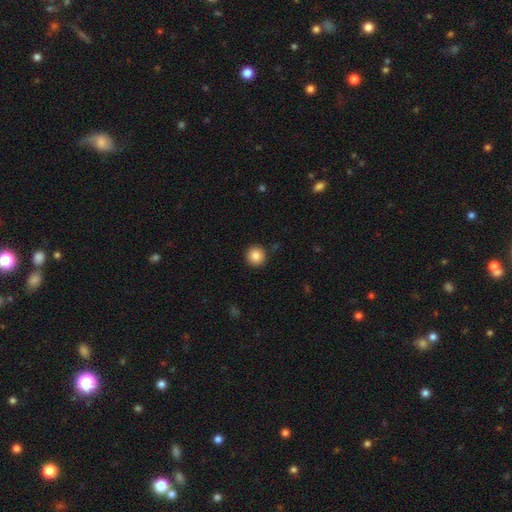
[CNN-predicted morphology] This appears to be a smooth galaxy with no disk features (86%) that is round (94%). Merging: none (92%).